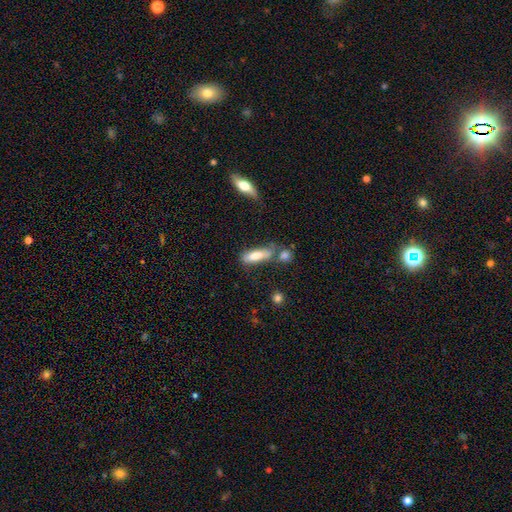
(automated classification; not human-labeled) Q: Smooth or featured?
A: smooth (72%); runner-up: featured or disk (21%)
Q: How rounded?
A: in between (51%); runner-up: cigar-shaped (47%)
Q: Merging?
A: none (48%); runner-up: minor disturbance (22%)